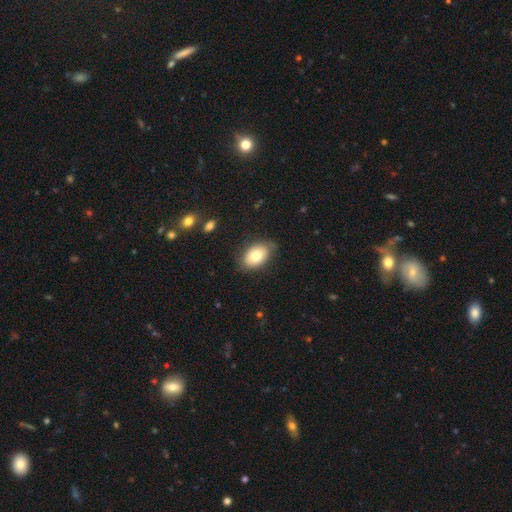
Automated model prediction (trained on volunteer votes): Q: Smooth or featured?
A: smooth (77%); runner-up: featured or disk (15%)
Q: How rounded?
A: in between (86%); runner-up: round (13%)
Q: Merging?
A: none (79%); runner-up: minor disturbance (16%)